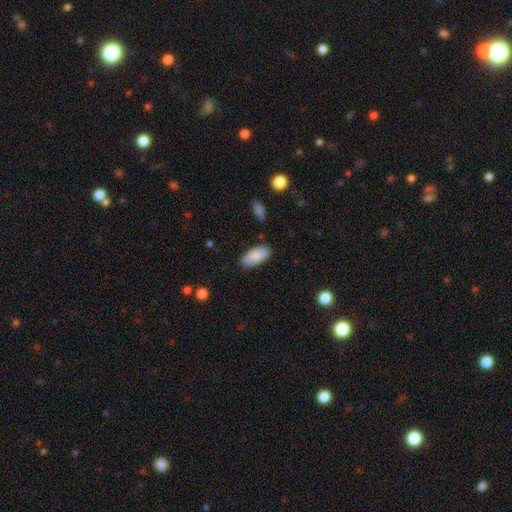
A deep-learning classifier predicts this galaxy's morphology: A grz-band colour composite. It shows a smooth galaxy with no disk features (84%) that is in between round and cigar-shaped (93%). Merging: none (82%).